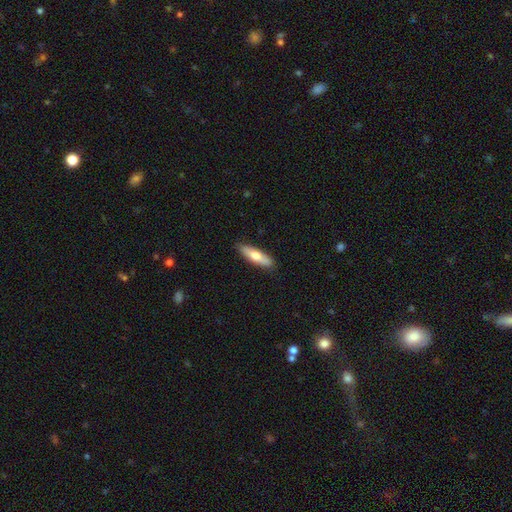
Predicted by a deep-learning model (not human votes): Q: Smooth or featured?
A: smooth (68%); runner-up: featured or disk (26%)
Q: How rounded?
A: cigar-shaped (63%); runner-up: in between (35%)
Q: Merging?
A: none (88%); runner-up: minor disturbance (9%)